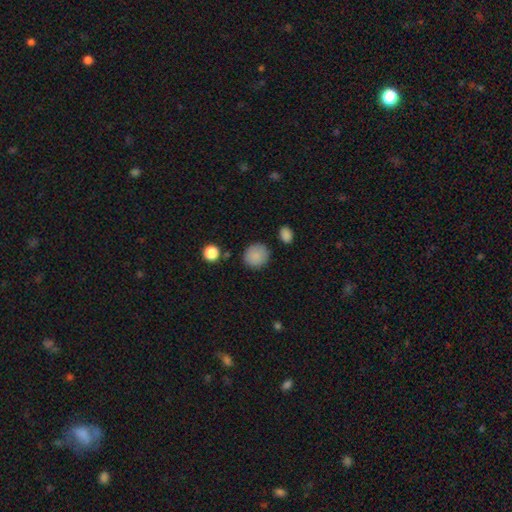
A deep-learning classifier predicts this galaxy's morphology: Smooth or featured? Predicted: smooth (p=0.86). How rounded? Predicted: round (p=0.87). Merging? Predicted: none (p=0.86).